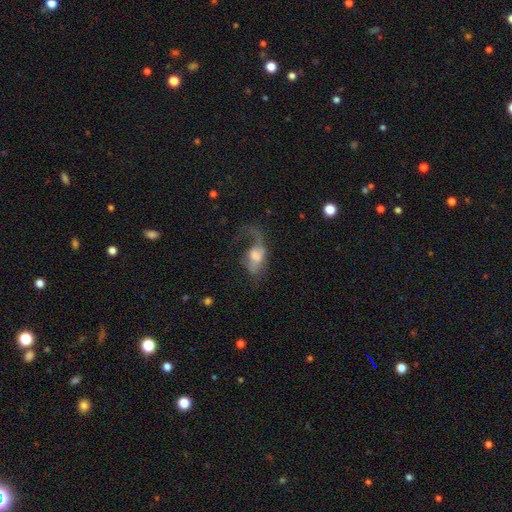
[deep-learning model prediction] Morphology: type=featured or disk (57%); edge-on=no (94%); bar=no (61%); spiral arms=yes (72%); bulge=moderate (42%); merging=major disturbance (53%).